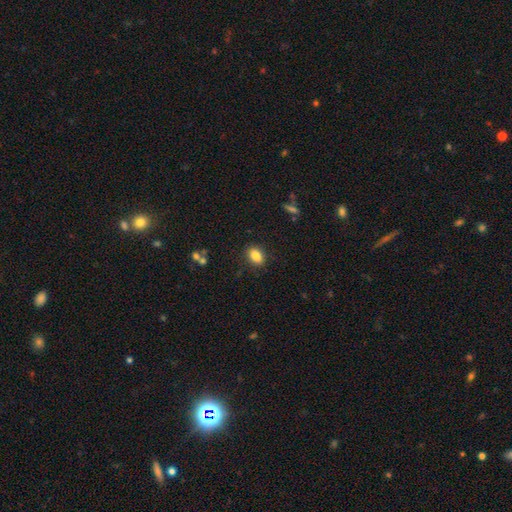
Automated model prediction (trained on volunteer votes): A smooth galaxy with no disk features (85%) that is in between round and cigar-shaped (81%).

Vote fractions:
- Smooth or featured? smooth: 85% / star or artifact: 9% / featured or disk: 6%
- How rounded? in between: 81% / round: 18% / cigar-shaped: 2%
- Merging? none: 87% / minor disturbance: 9% / major disturbance: 2% / merger: 1%